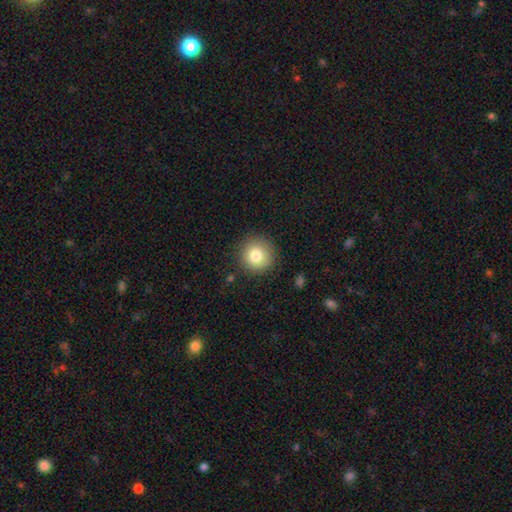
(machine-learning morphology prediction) smooth-or-featured: smooth: 82% | star or artifact: 10% | featured or disk: 8%
  how-rounded: round: 94% | in between: 5% | cigar-shaped: 1%
  merging: none: 88% | minor disturbance: 8% | major disturbance: 3% | merger: 1%